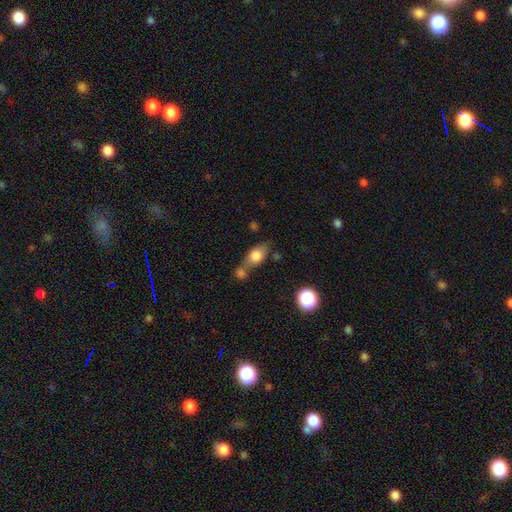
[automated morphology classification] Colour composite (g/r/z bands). It shows a smooth galaxy with no disk features (74%) that is in between round and cigar-shaped (74%). Merging: none (42%).